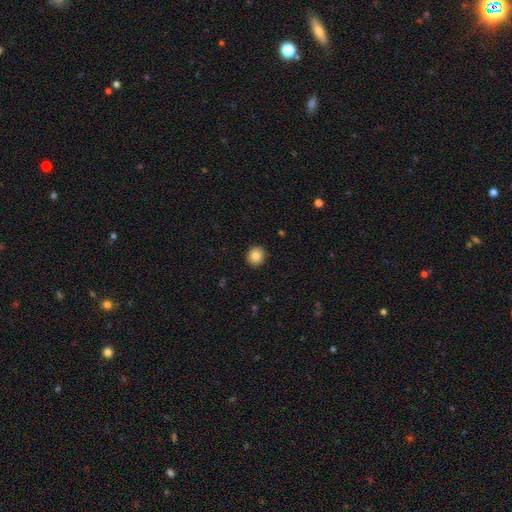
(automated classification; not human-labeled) Smooth or featured?
  - smooth: 86% *
  - star or artifact: 9%
  - featured or disk: 5%
How rounded?
  - round: 84% *
  - in between: 15%
  - cigar-shaped: 1%
Merging?
  - none: 92% *
  - minor disturbance: 6%
  - major disturbance: 2%
  - merger: 1%